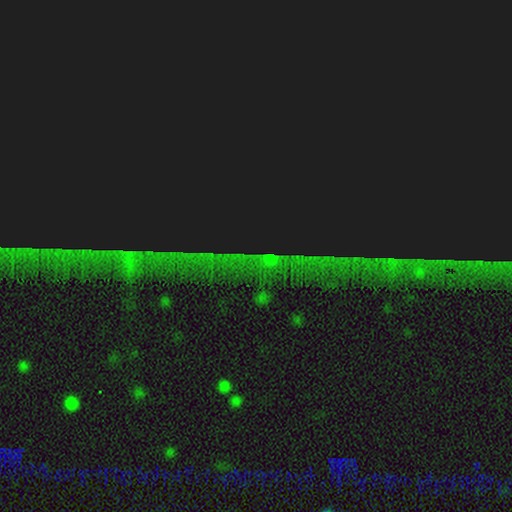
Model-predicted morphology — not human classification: star or artifact 86%, featured or disk 7%, smooth 6%.